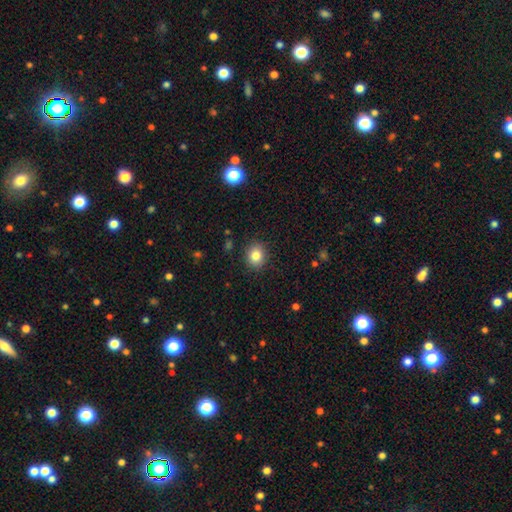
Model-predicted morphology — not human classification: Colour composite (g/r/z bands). It shows a smooth galaxy with no disk features (82%) that is round (70%). Merging: none (88%).